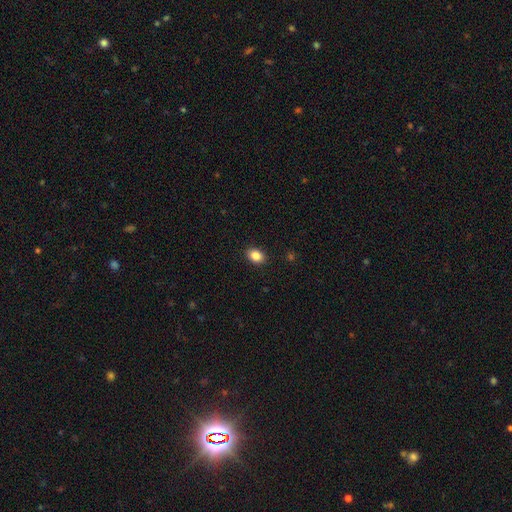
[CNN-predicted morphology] Smooth or featured? Predicted: smooth (p=0.86). How rounded? Predicted: in between (p=0.73). Merging? Predicted: none (p=0.90).